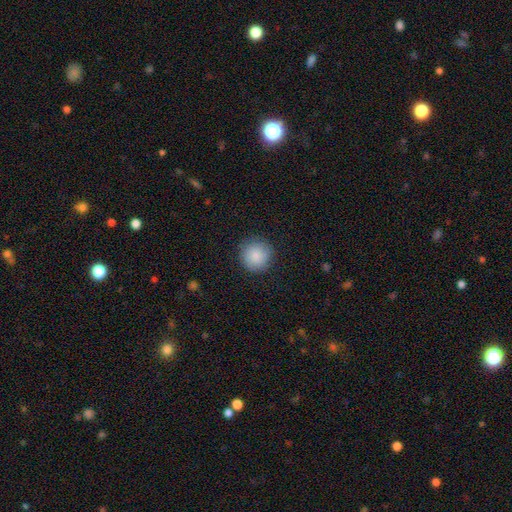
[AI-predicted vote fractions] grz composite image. It shows a smooth galaxy with no disk features (86%) that is round (94%). Merging: none (88%).